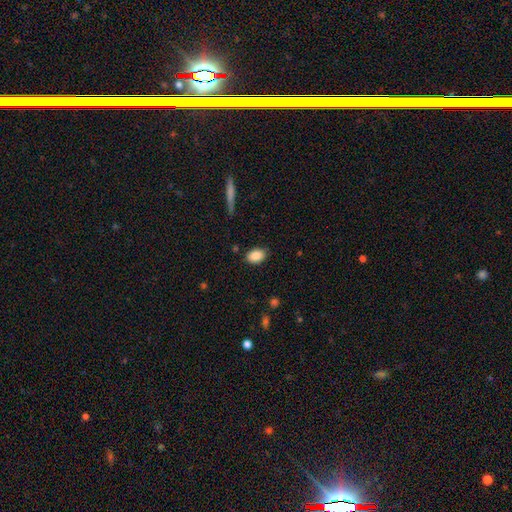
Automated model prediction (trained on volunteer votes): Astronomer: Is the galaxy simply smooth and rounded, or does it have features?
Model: smooth — 89%.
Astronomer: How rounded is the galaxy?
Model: in between — 83%.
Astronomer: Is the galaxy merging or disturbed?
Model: none — 84%.